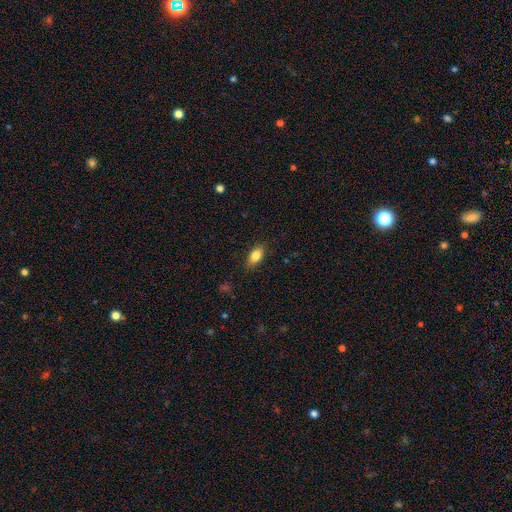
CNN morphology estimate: Smooth or featured: smooth — 84% (featured or disk — 8%)
How rounded: in between — 88% (round — 6%)
Merging: none — 85% (minor disturbance — 11%)